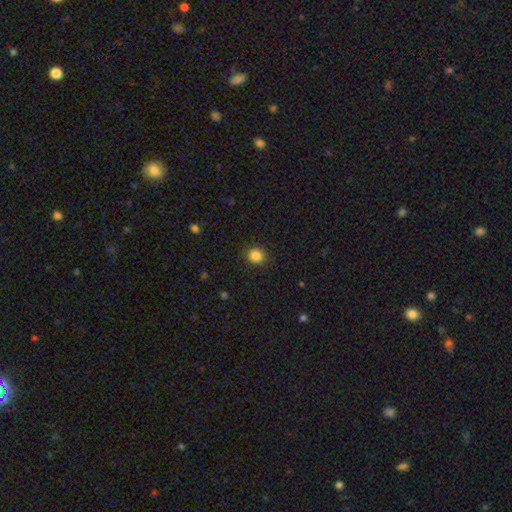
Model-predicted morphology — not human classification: This is clearly a smooth galaxy (85%). How rounded: clearly round (86%). Merging: clearly none (90%).